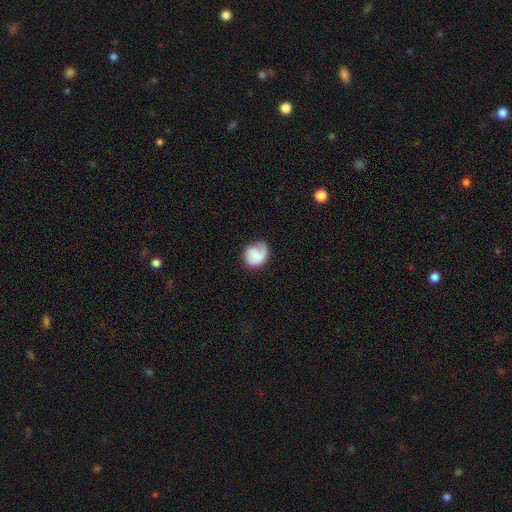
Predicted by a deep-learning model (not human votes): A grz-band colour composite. It shows a smooth galaxy with no disk features (64%) that is round (67%). Merging: none (54%).